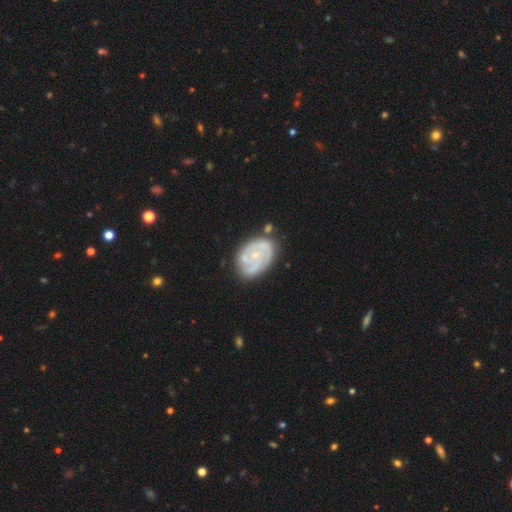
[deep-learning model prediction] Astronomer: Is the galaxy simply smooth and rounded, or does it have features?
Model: featured or disk — 81%.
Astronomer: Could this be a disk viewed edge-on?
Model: no — 98%.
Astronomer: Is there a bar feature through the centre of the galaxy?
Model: no — 72%.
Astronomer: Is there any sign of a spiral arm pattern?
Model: yes — 92%.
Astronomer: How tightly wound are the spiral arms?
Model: tight — 63%.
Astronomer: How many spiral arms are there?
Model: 2 — 41% (runner-up: 3, 23%).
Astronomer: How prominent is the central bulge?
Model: small — 67%.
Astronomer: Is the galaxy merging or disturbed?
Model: none — 67%.